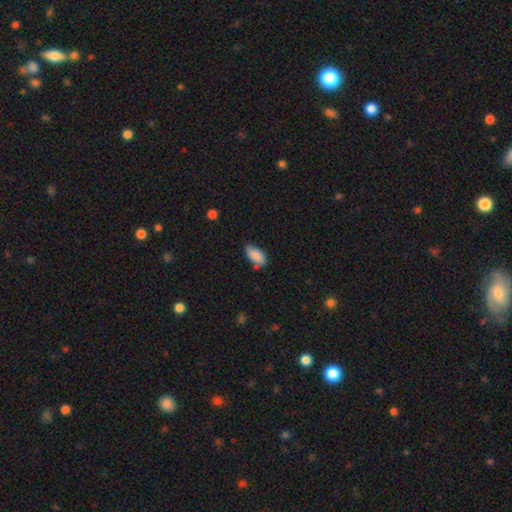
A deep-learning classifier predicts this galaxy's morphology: Smooth or featured: smooth — 87% (star or artifact — 7%)
How rounded: in between — 92% (cigar-shaped — 5%)
Merging: none — 71% (minor disturbance — 22%)